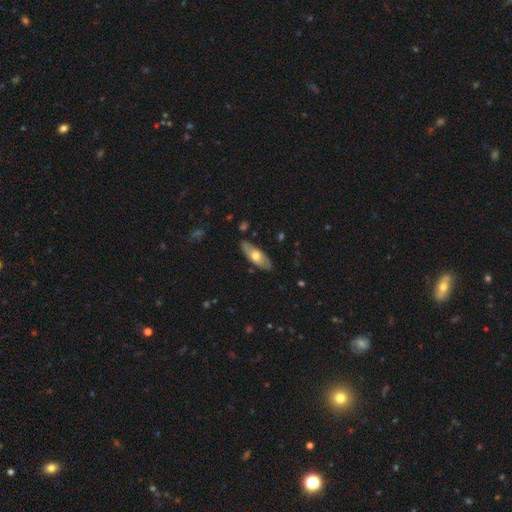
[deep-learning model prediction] Q: Smooth or featured?
A: smooth (52%); runner-up: featured or disk (43%)
Q: How rounded?
A: in between (70%); runner-up: cigar-shaped (27%)
Q: Merging?
A: none (83%); runner-up: minor disturbance (13%)